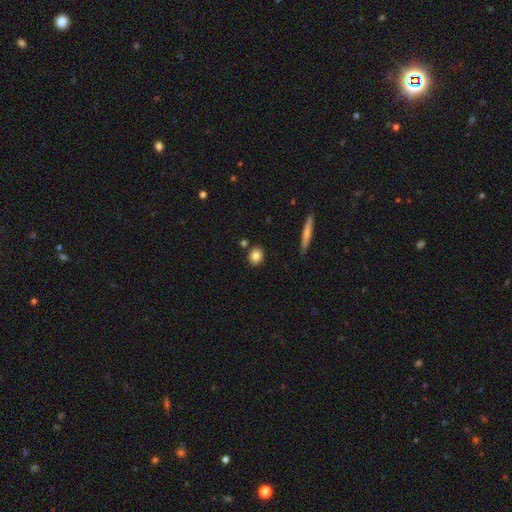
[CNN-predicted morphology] Smooth or featured: smooth — 82% (featured or disk — 9%)
How rounded: round — 69% (in between — 28%)
Merging: none — 84% (minor disturbance — 8%)